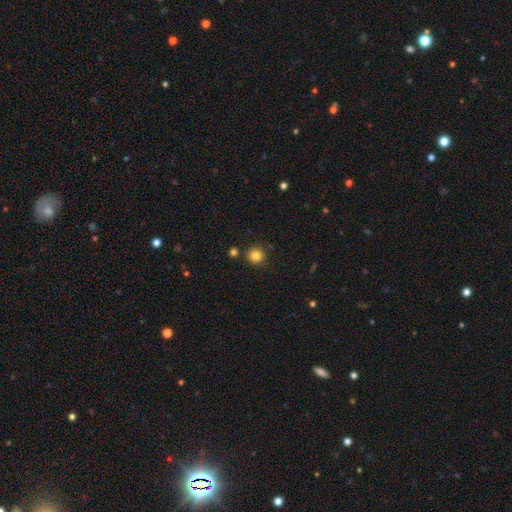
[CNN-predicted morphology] This appears to be a smooth galaxy with no disk features (83%) that is round (93%). Merging: none (85%).